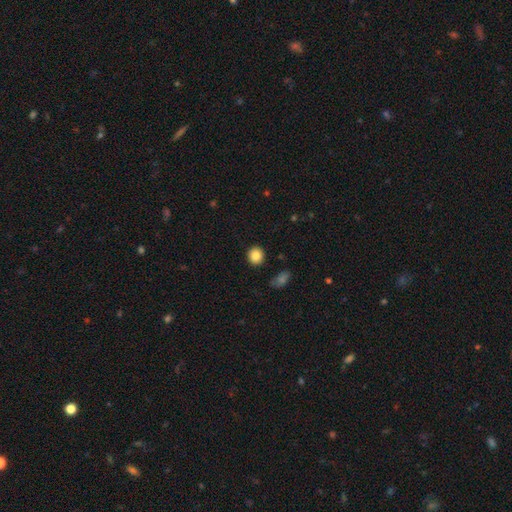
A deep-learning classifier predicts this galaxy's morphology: smooth_or_featured: smooth (p=0.85) [alt: star or artifact p=0.09]
how_rounded: round (p=0.88) [alt: in between p=0.11]
merging: none (p=0.90) [alt: minor disturbance p=0.07]